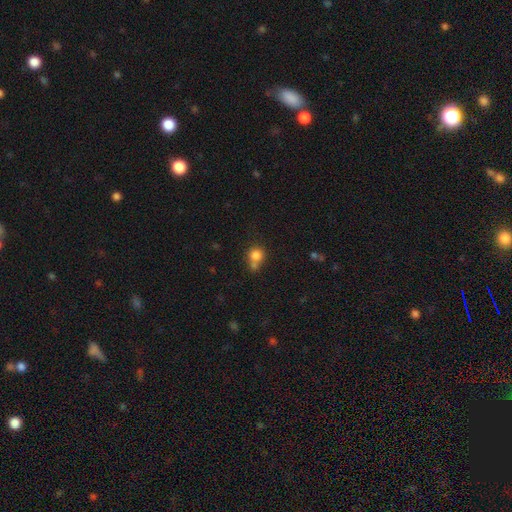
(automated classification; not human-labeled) Q: Smooth or featured?
A: smooth (80%); runner-up: star or artifact (11%)
Q: How rounded?
A: round (83%); runner-up: in between (16%)
Q: Merging?
A: none (44%); runner-up: merger (37%)